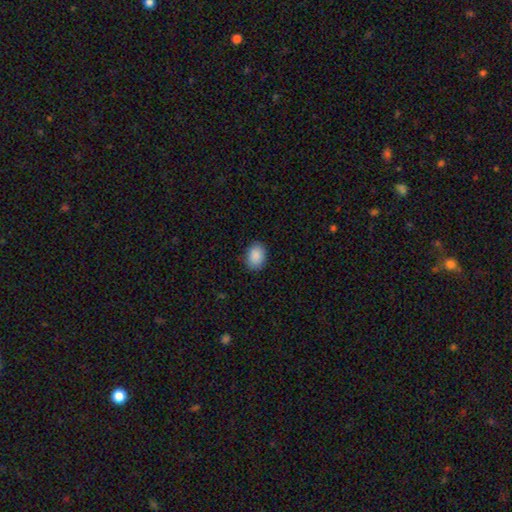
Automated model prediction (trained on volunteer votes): A smooth galaxy with no disk features (90%) that is in between round and cigar-shaped (74%). Merging: none (87%).